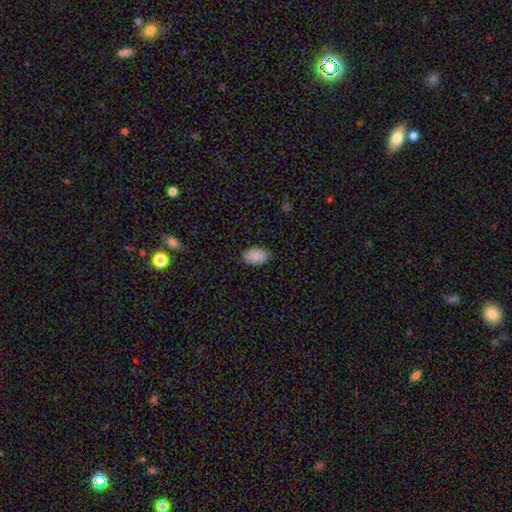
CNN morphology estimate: This appears to be a smooth galaxy with no disk features (90%) that is in between round and cigar-shaped (93%). Merging: none (86%).